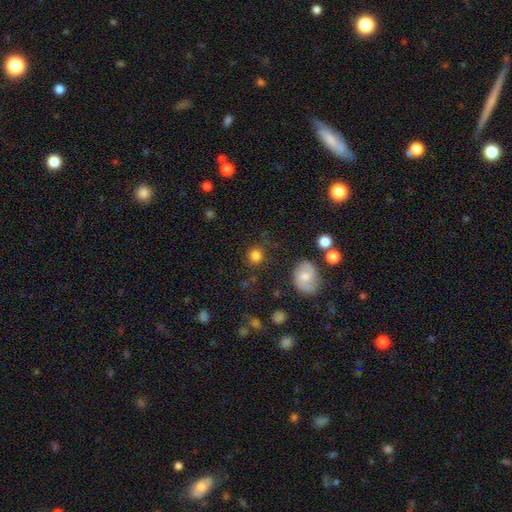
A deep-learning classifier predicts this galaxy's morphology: smooth-or-featured: smooth: 83% | star or artifact: 11% | featured or disk: 6%
  how-rounded: round: 89% | in between: 10% | cigar-shaped: 1%
  merging: none: 83% | minor disturbance: 10% | major disturbance: 4% | merger: 3%